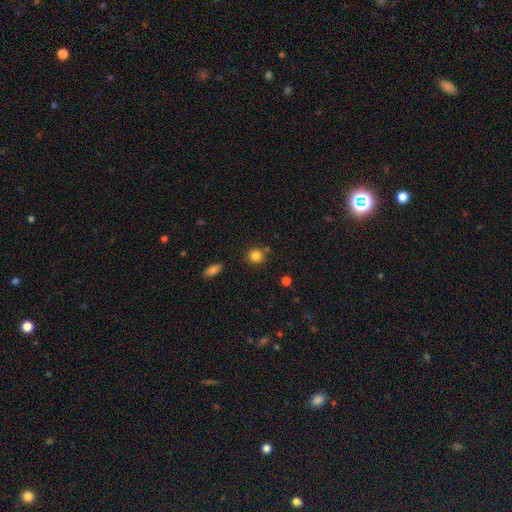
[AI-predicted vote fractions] The model was most divided on "merging": none: 80%, minor disturbance: 10%, merger: 7%, major disturbance: 3%. More confident: how rounded — round (86%); smooth or featured — smooth (84%).